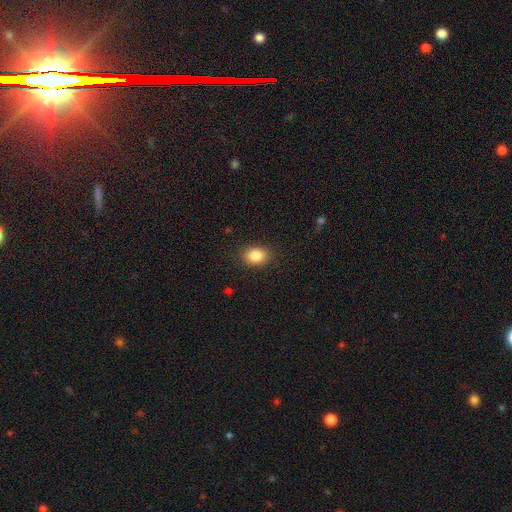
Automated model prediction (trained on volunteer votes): A smooth galaxy with no disk features (86%) that is in between round and cigar-shaped (65%).

Vote fractions:
- Smooth or featured? smooth: 86% / star or artifact: 9% / featured or disk: 5%
- How rounded? in between: 65% / round: 34% / cigar-shaped: 1%
- Merging? none: 87% / minor disturbance: 9% / major disturbance: 3% / merger: 1%